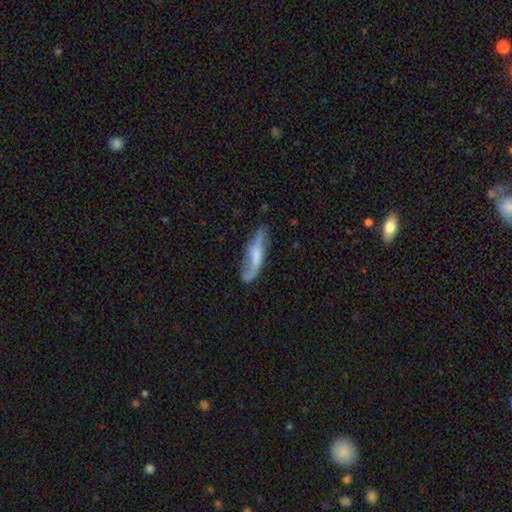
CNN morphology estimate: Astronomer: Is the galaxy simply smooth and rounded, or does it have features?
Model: featured or disk — 56% (runner-up: smooth, 38%).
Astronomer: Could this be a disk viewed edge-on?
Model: no — 69%.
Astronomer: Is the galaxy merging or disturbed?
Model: none — 62%.